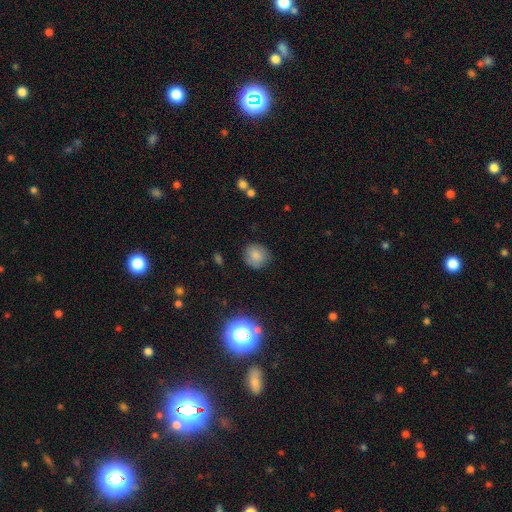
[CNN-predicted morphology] smooth-or-featured: smooth: 80% | star or artifact: 11% | featured or disk: 9%
  how-rounded: round: 89% | in between: 10% | cigar-shaped: 1%
  merging: none: 83% | minor disturbance: 12% | major disturbance: 3% | merger: 2%